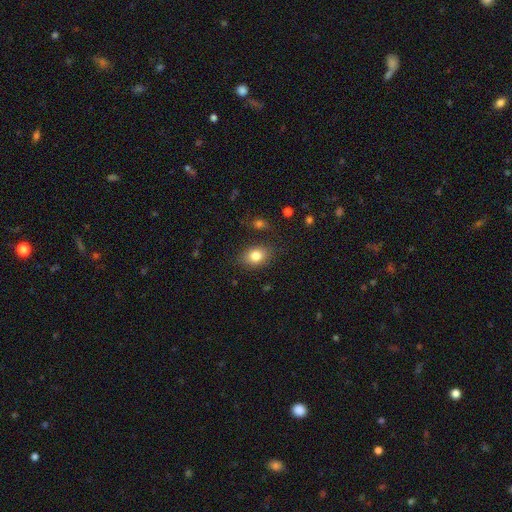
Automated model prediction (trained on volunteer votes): A smooth galaxy with no disk features (82%) that is in between round and cigar-shaped (73%).

Vote fractions:
- Smooth or featured? smooth: 82% / star or artifact: 9% / featured or disk: 9%
- How rounded? in between: 73% / round: 26% / cigar-shaped: 1%
- Merging? none: 80% / minor disturbance: 13% / major disturbance: 4% / merger: 3%